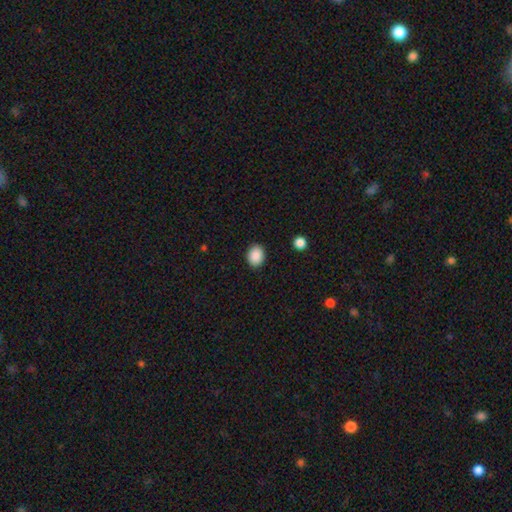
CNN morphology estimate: Smooth or featured: smooth — 89% (star or artifact — 8%)
How rounded: in between — 52% (round — 47%)
Merging: none — 89% (minor disturbance — 7%)